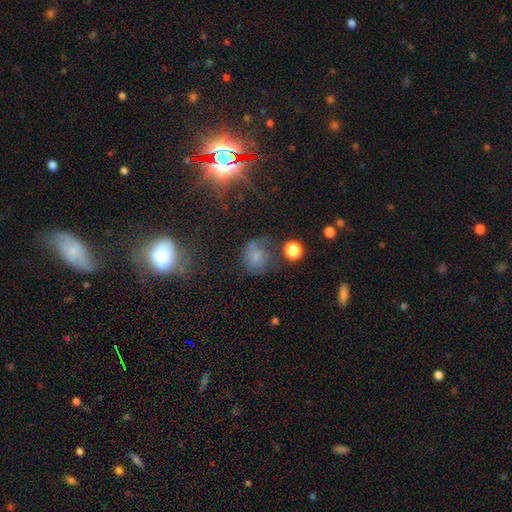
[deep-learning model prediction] A smooth galaxy with no disk features (65%) that is round (68%). Merging: none (47%).